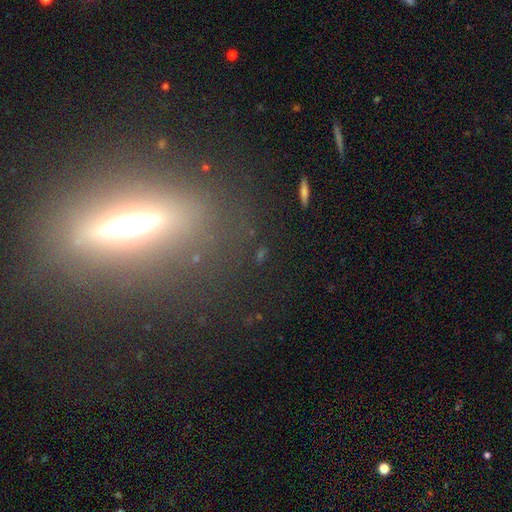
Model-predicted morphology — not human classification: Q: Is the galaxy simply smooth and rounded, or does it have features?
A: featured or disk — 45%.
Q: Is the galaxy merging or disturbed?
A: none — 76%.